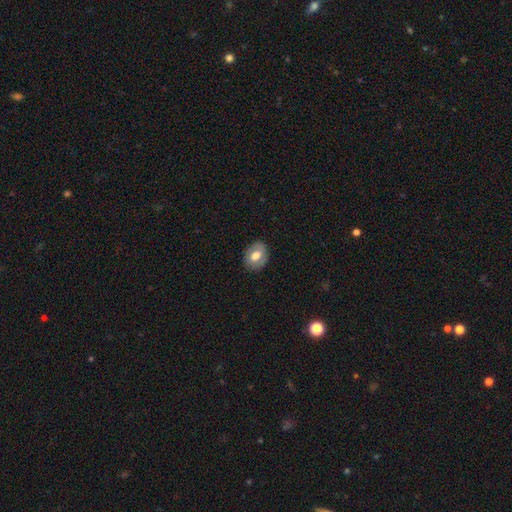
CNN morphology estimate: This is likely a smooth galaxy (67%). How rounded: possibly in between (58%). Merging: clearly none (84%).